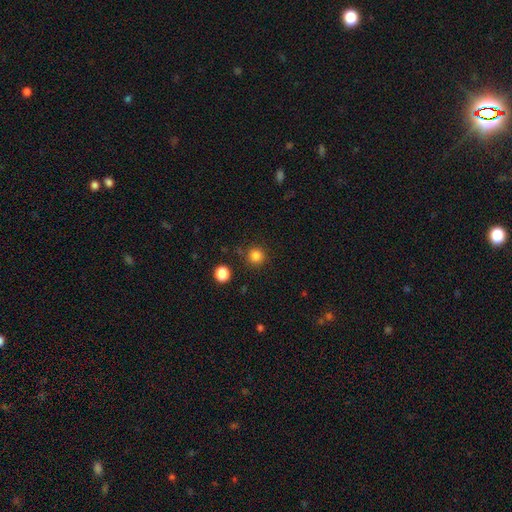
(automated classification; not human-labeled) The model was most divided on "smooth or featured": smooth: 84%, star or artifact: 13%, featured or disk: 4%. More confident: how rounded — round (95%); merging — none (87%).